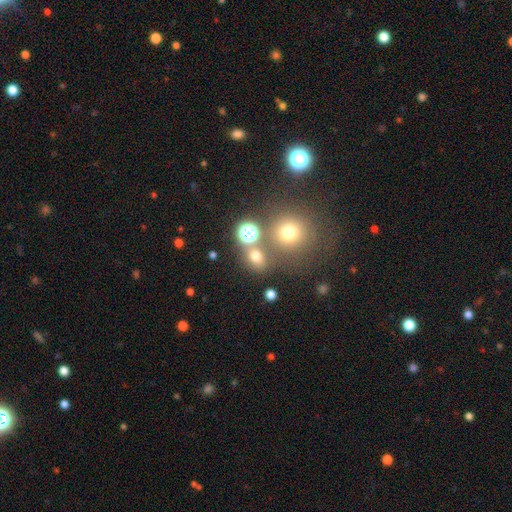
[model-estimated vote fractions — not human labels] smooth-or-featured: smooth: 64% | star or artifact: 26% | featured or disk: 10%
  how-rounded: round: 68% | in between: 30% | cigar-shaped: 2%
  merging: none: 65% | merger: 20% | minor disturbance: 10% | major disturbance: 5%